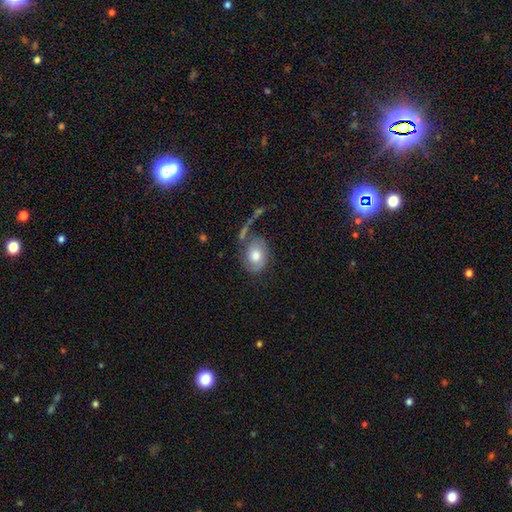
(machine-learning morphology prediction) A smooth galaxy with no disk features (60%) that is in between round and cigar-shaped (61%).

Vote fractions:
- Smooth or featured? smooth: 60% / featured or disk: 32% / star or artifact: 8%
- How rounded? in between: 61% / round: 38% / cigar-shaped: 1%
- Merging? none: 50% / minor disturbance: 21% / major disturbance: 17% / merger: 13%